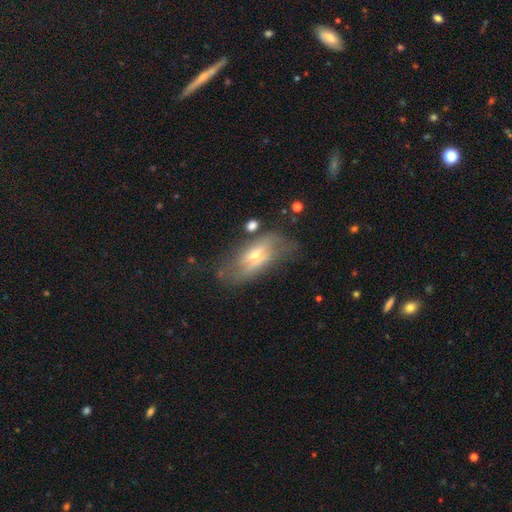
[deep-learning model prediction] featured or disk 64%, smooth 28%, star or artifact 8%. Down the decision tree: edge-on disk — no (74%); merging — none (55%).